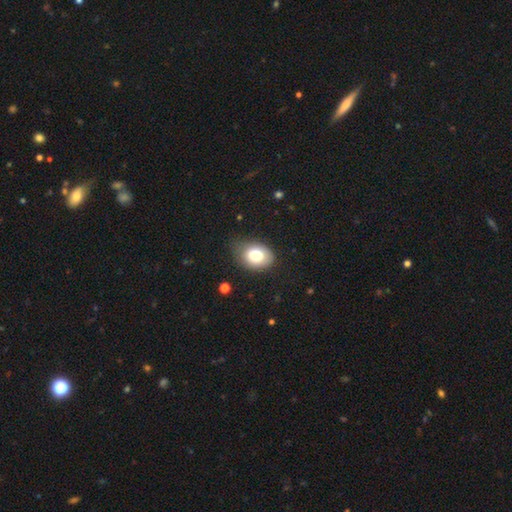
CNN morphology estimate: Smooth or featured: smooth — 79% (featured or disk — 13%)
How rounded: in between — 74% (round — 25%)
Merging: none — 66% (minor disturbance — 26%)